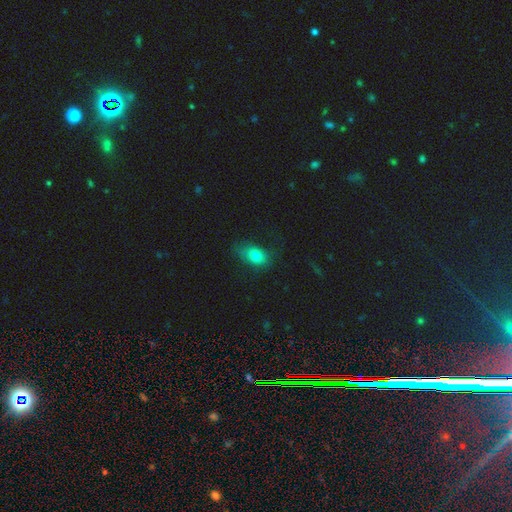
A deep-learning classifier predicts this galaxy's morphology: This appears to be a smooth galaxy with no disk features (78%) that is in between round and cigar-shaped (83%). Merging: none (61%).